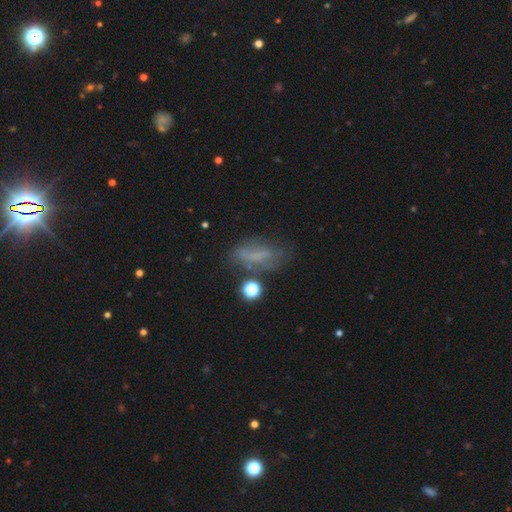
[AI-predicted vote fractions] Morphology: type=smooth (48%); merging=none (50%).